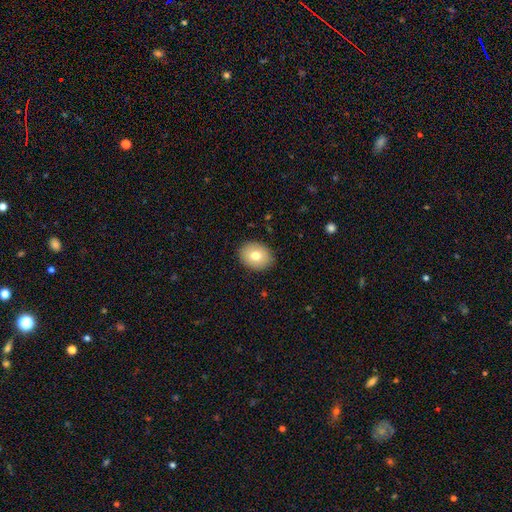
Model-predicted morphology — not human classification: Smooth or featured: smooth — 76% (featured or disk — 15%)
How rounded: in between — 52% (round — 47%)
Merging: none — 89% (minor disturbance — 8%)